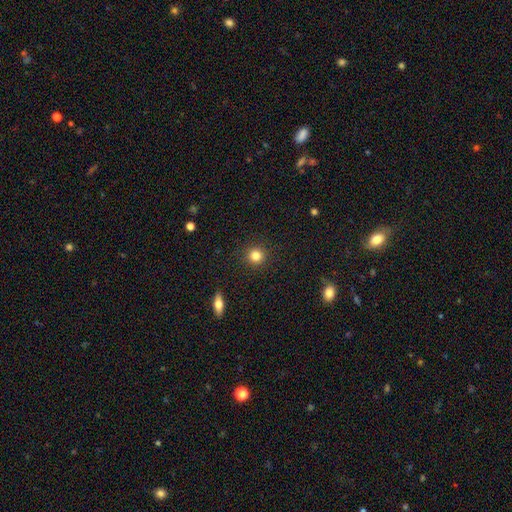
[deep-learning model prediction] Overall: smooth (83%). How rounded: round (94%). Merging: none (91%).